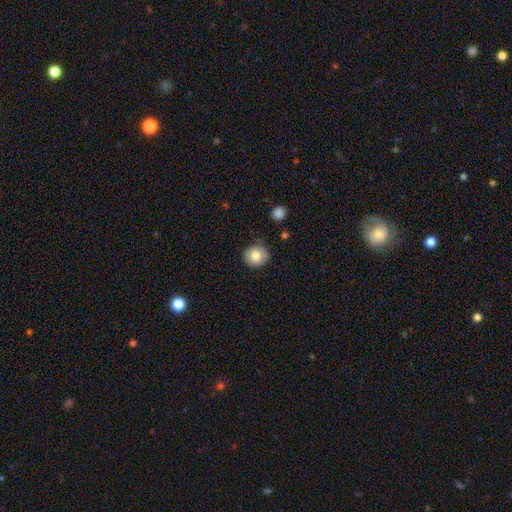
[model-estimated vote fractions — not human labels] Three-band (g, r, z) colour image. It shows a smooth galaxy with no disk features (81%) that is round (87%). Merging: none (85%).